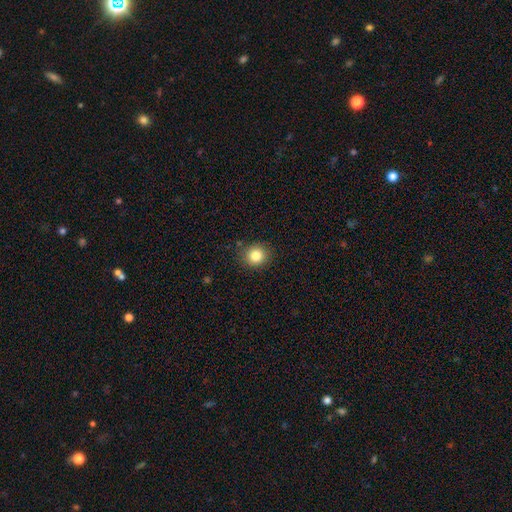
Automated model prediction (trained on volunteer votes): Smooth or featured? Predicted: smooth (p=0.83). How rounded? Predicted: round (p=0.85). Merging? Predicted: none (p=0.87).